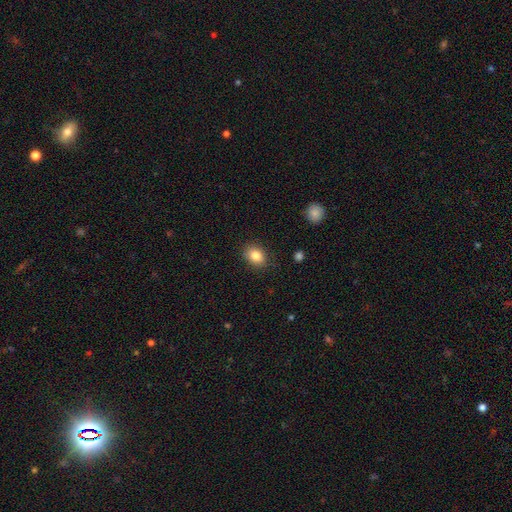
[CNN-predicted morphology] Smooth or featured?
  - smooth: 84% *
  - star or artifact: 9%
  - featured or disk: 7%
How rounded?
  - in between: 61% *
  - round: 38%
  - cigar-shaped: 1%
Merging?
  - none: 87% *
  - minor disturbance: 10%
  - major disturbance: 2%
  - merger: 1%